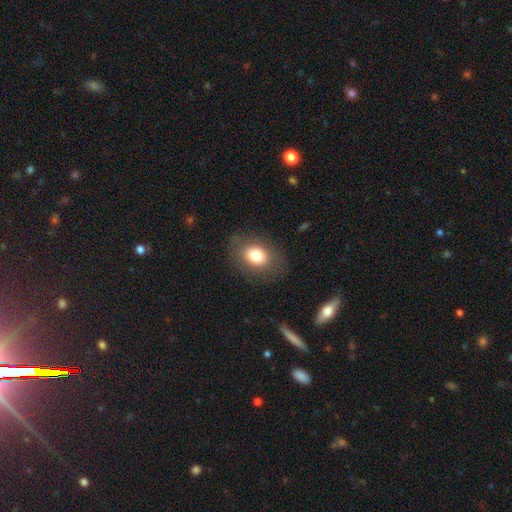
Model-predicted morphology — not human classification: Smooth or featured: smooth — 76% (featured or disk — 15%)
How rounded: in between — 69% (round — 30%)
Merging: none — 82% (minor disturbance — 11%)